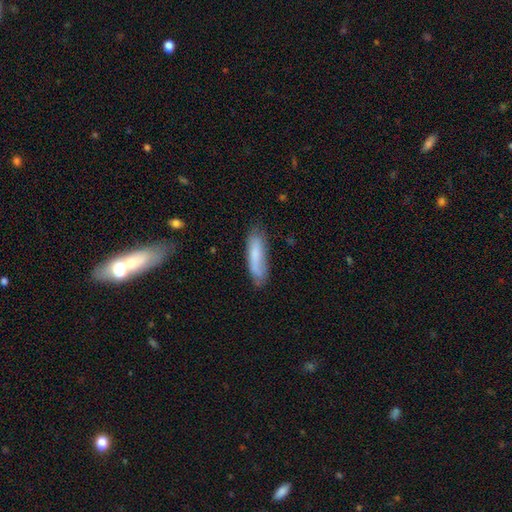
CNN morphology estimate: smooth-or-featured: smooth: 75% | featured or disk: 19% | star or artifact: 6%
  how-rounded: cigar-shaped: 66% | in between: 32% | round: 2%
  merging: none: 68% | minor disturbance: 23% | major disturbance: 6% | merger: 3%